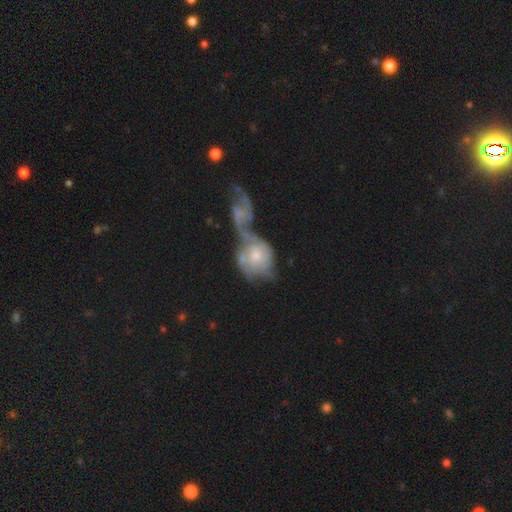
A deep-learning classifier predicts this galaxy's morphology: Q: Smooth or featured?
A: featured or disk (60%); runner-up: smooth (34%)
Q: Edge-on disk?
A: no (96%); runner-up: yes (4%)
Q: Bar?
A: no (76%); runner-up: weak (20%)
Q: Spiral arms?
A: yes (67%); runner-up: no (33%)
Q: Bulge size?
A: small (44%); runner-up: moderate (41%)
Q: Merging?
A: merger (71%); runner-up: major disturbance (12%)